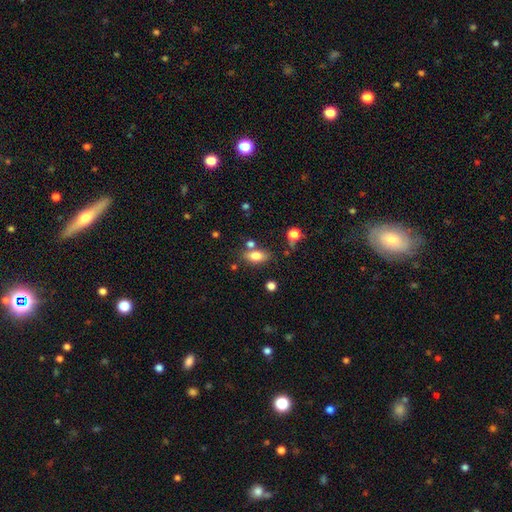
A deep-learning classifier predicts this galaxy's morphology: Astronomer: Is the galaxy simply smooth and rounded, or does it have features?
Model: smooth — 79%.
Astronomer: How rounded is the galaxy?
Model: in between — 86%.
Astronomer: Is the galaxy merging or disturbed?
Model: none — 69%.